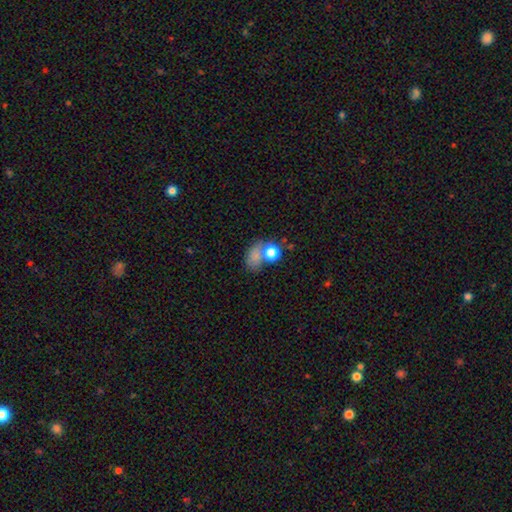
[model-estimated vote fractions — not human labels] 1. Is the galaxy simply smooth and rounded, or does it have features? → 74% smooth, 14% star or artifact, 12% featured or disk.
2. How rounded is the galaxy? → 56% in between, 42% round, 2% cigar-shaped.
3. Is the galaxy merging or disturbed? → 38% merger, 37% none, 14% minor disturbance, 11% major disturbance.